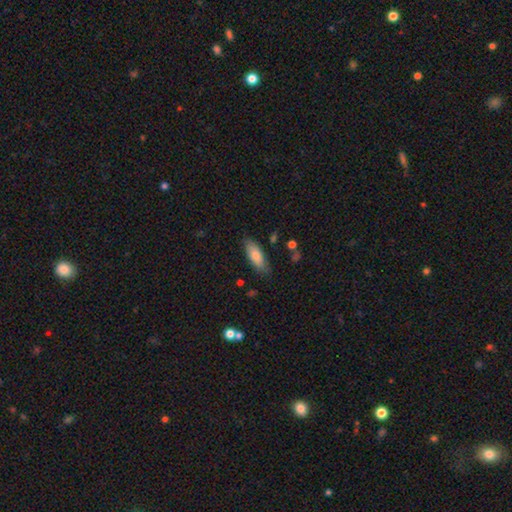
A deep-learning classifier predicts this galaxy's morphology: This is likely a smooth galaxy (79%). How rounded: likely in between (73%). Merging: likely none (80%).